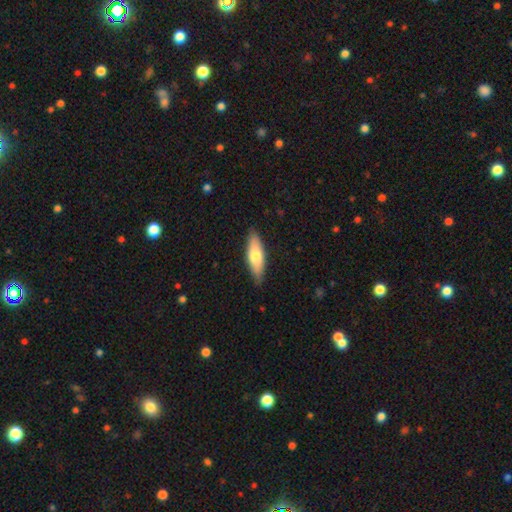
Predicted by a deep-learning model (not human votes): A smooth galaxy with no disk features (67%) that is cigar-shaped (50%).

Vote fractions:
- Smooth or featured? smooth: 67% / featured or disk: 28% / star or artifact: 5%
- How rounded? cigar-shaped: 50% / in between: 48% / round: 2%
- Merging? none: 84% / minor disturbance: 13% / major disturbance: 2% / merger: 1%